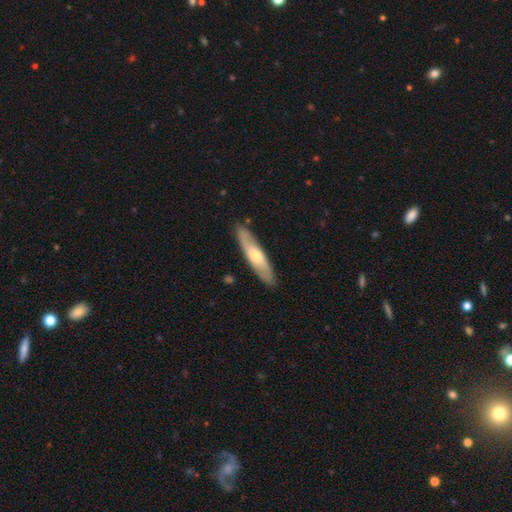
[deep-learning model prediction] Smooth or featured? smooth (52%)
How rounded? cigar-shaped (75%)
Merging? none (87%)